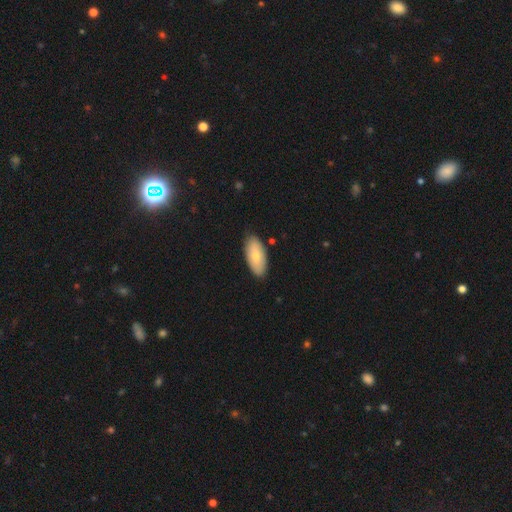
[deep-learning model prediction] Smooth or featured: smooth — 74% (featured or disk — 21%)
How rounded: in between — 91% (cigar-shaped — 7%)
Merging: none — 83% (minor disturbance — 13%)